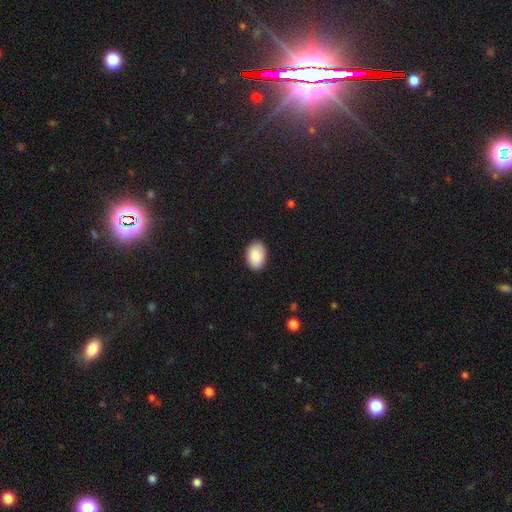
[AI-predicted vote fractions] Q: Smooth or featured?
A: smooth (89%); runner-up: star or artifact (6%)
Q: How rounded?
A: in between (88%); runner-up: round (11%)
Q: Merging?
A: none (88%); runner-up: minor disturbance (9%)